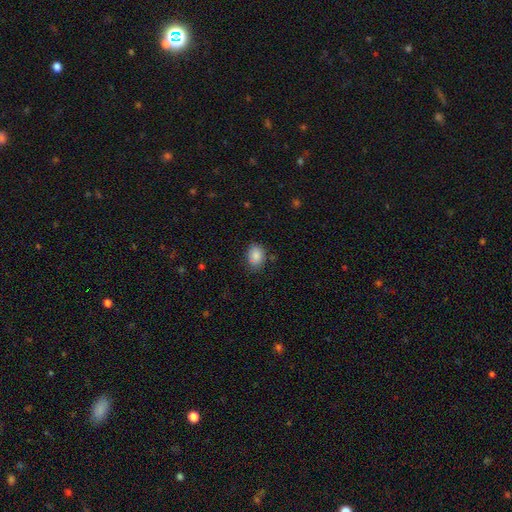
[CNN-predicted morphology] Q: Smooth or featured?
A: smooth (86%); runner-up: star or artifact (9%)
Q: How rounded?
A: in between (63%); runner-up: round (36%)
Q: Merging?
A: none (76%); runner-up: minor disturbance (17%)